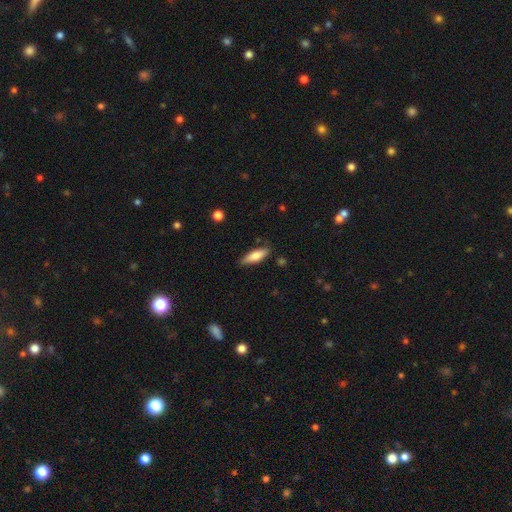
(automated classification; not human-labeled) Smooth or featured: smooth — 75% (featured or disk — 19%)
How rounded: cigar-shaped — 51% (in between — 47%)
Merging: none — 83% (minor disturbance — 13%)